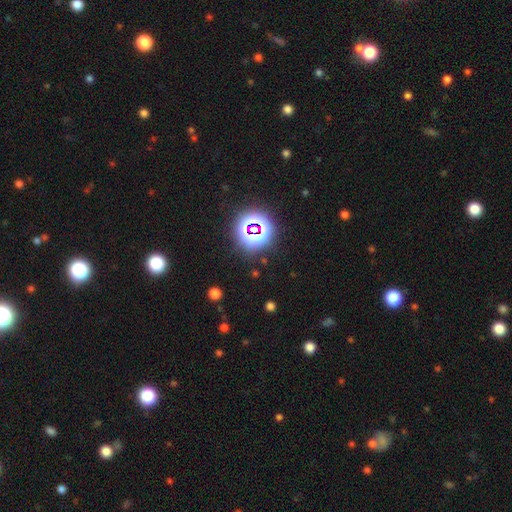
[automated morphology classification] smooth_or_featured: star or artifact (p=0.80) [alt: smooth p=0.13]